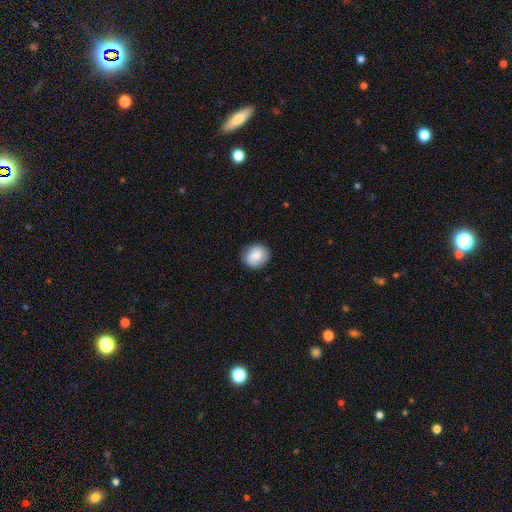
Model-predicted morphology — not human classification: A smooth galaxy with no disk features (84%) that is round (75%). Merging: none (85%).